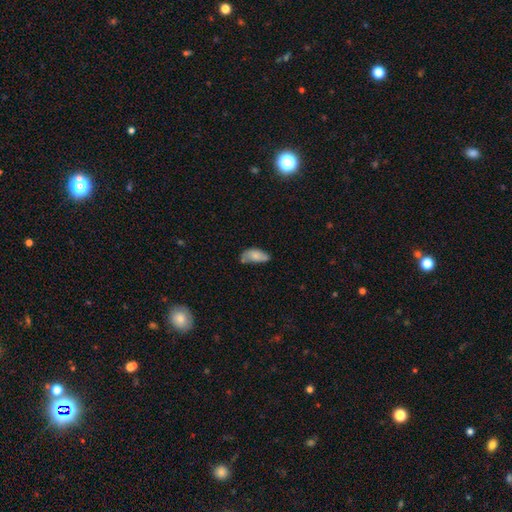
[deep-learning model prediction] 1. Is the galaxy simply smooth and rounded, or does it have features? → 71% smooth, 21% featured or disk, 8% star or artifact.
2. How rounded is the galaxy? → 89% in between, 8% cigar-shaped, 3% round.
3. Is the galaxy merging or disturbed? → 41% none, 35% minor disturbance, 14% major disturbance, 10% merger.